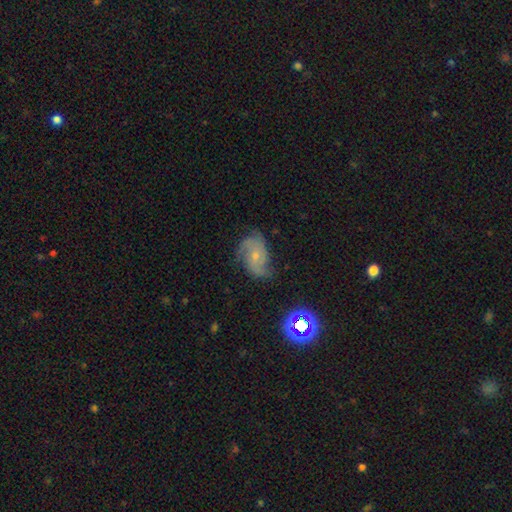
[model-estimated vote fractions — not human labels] A featured or disk galaxy (75%) with no bar (68%), 2 (44%) medium (46%) spiral arms (95%) and a small central bulge (65%).

Vote fractions:
- Smooth or featured? featured or disk: 75% / smooth: 15% / star or artifact: 11%
- Edge-on disk? no: 97% / yes: 3%
- Bar? no: 68% / weak: 27% / strong: 5%
- Spiral arms? yes: 95% / no: 5%
- Spiral winding? medium: 46% / loose: 28% / tight: 25%
- Spiral arm count? 2: 44% / 3: 30% / can't tell: 14% / 4: 5% / 1: 4% / more than 4: 3%
- Bulge size? small: 65% / moderate: 28% / none: 4% / large: 1% / dominant: 1%
- Merging? none: 60% / minor disturbance: 26% / major disturbance: 12% / merger: 2%